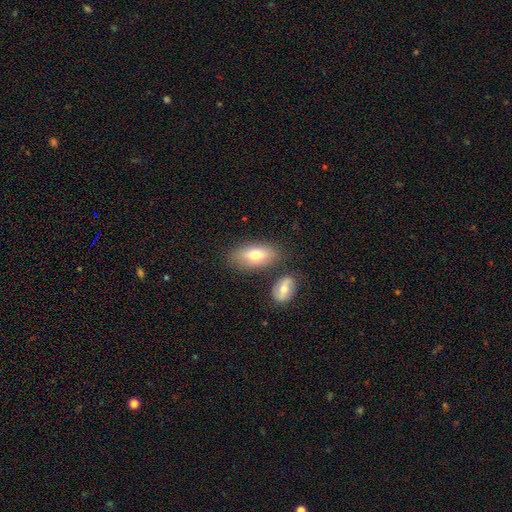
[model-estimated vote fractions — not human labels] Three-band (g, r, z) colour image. It shows a smooth galaxy with no disk features (72%) that is in between round and cigar-shaped (89%). Merging: none (72%).